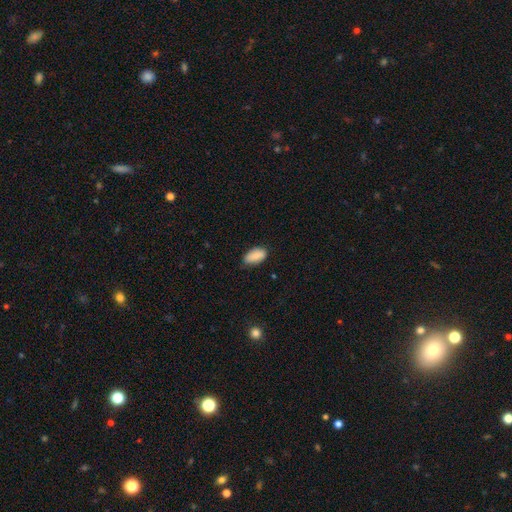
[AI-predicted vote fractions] Q: Smooth or featured?
A: smooth (88%); runner-up: star or artifact (7%)
Q: How rounded?
A: in between (93%); runner-up: cigar-shaped (4%)
Q: Merging?
A: none (73%); runner-up: minor disturbance (22%)